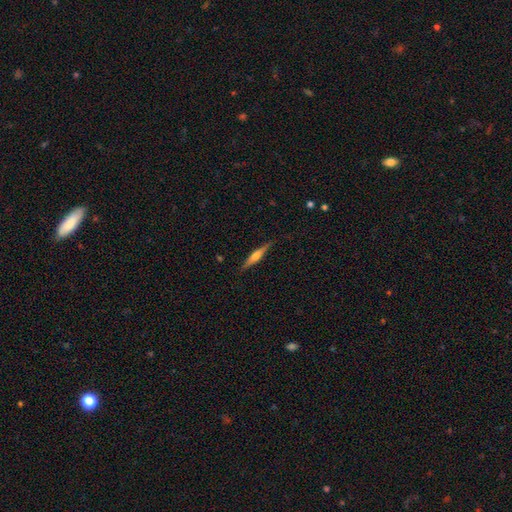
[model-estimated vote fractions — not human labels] Smooth or featured? featured or disk (63%)
Edge-on disk? yes (98%)
Edge-on bulge? rounded (79%)
Merging? none (87%)